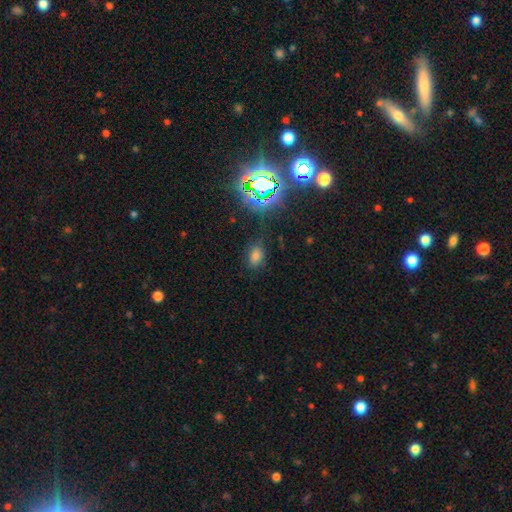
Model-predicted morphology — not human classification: smooth_or_featured: smooth (p=0.56) [alt: star or artifact p=0.35]
how_rounded: in between (p=0.76) [alt: round p=0.22]
merging: none (p=0.81) [alt: minor disturbance p=0.12]